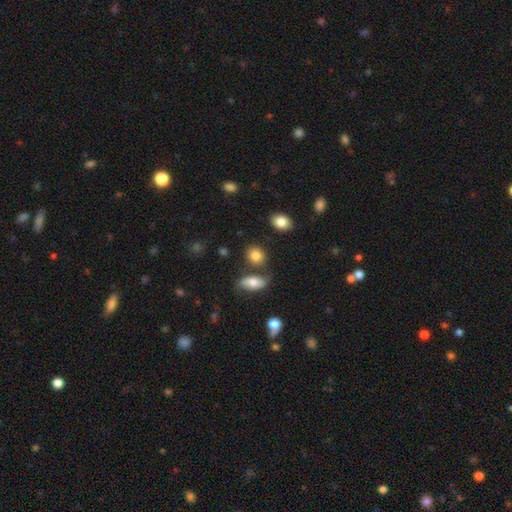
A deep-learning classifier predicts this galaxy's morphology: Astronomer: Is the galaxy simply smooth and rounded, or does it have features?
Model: smooth — 83%.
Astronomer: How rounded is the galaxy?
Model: round — 58% (runner-up: in between, 41%).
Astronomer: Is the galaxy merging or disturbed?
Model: none — 73%.